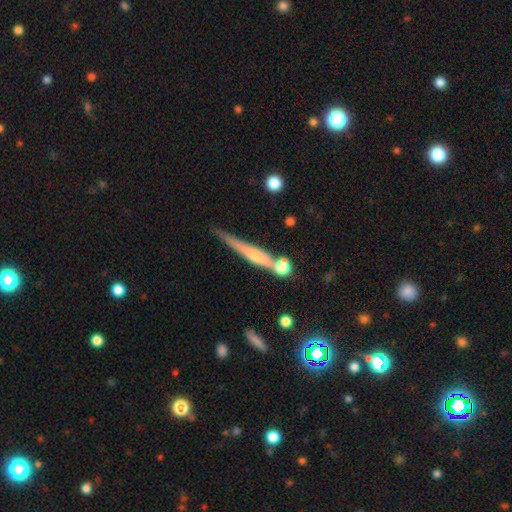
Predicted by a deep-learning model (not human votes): This appears to be a featured or disk galaxy (52%) viewed edge-on (91%). Merging: none (55%).